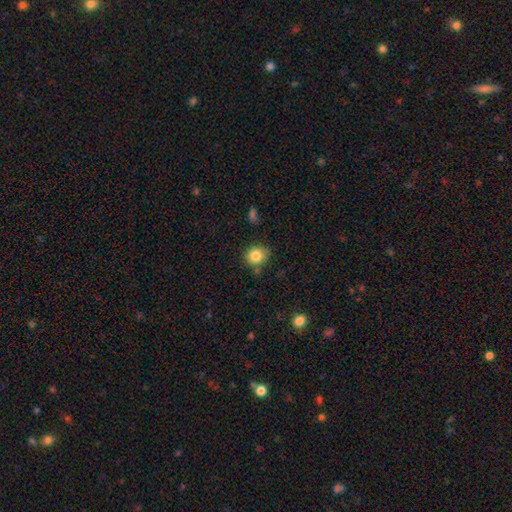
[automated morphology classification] This is clearly a smooth galaxy (84%). How rounded: clearly round (81%). Merging: likely none (76%).